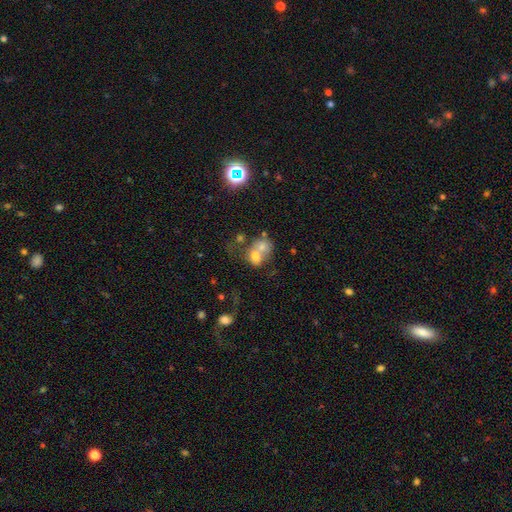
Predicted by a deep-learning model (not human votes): smooth-or-featured: smooth: 63% | featured or disk: 25% | star or artifact: 12%
  how-rounded: round: 53% | in between: 46% | cigar-shaped: 1%
  merging: merger: 70% | none: 17% | minor disturbance: 7% | major disturbance: 6%